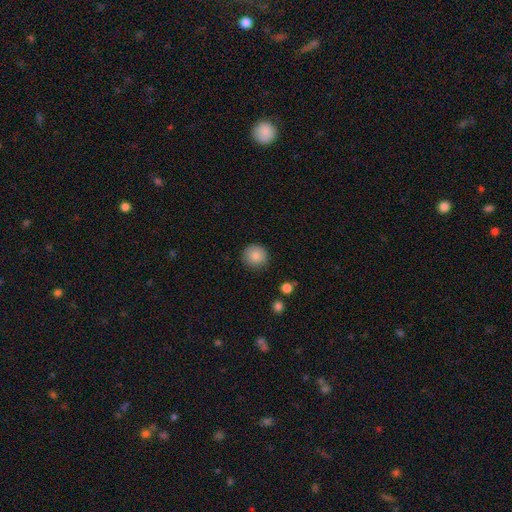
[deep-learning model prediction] smooth 83%, star or artifact 9%, featured or disk 8%. Down the decision tree: how rounded — round (94%); merging — none (89%).